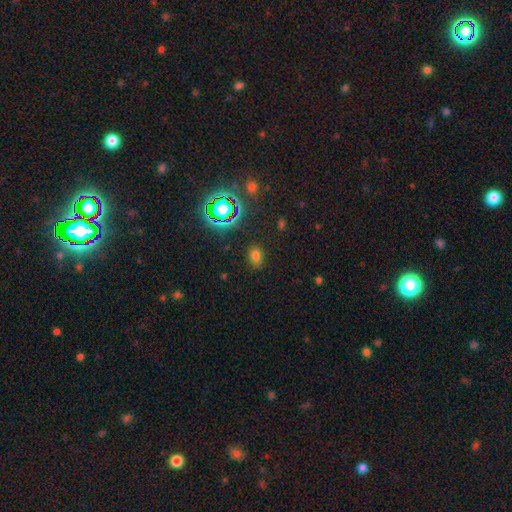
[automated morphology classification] Smooth or featured?
  - smooth: 68% *
  - star or artifact: 26%
  - featured or disk: 7%
How rounded?
  - in between: 67% *
  - round: 31%
  - cigar-shaped: 1%
Merging?
  - none: 84% *
  - minor disturbance: 11%
  - major disturbance: 3%
  - merger: 2%